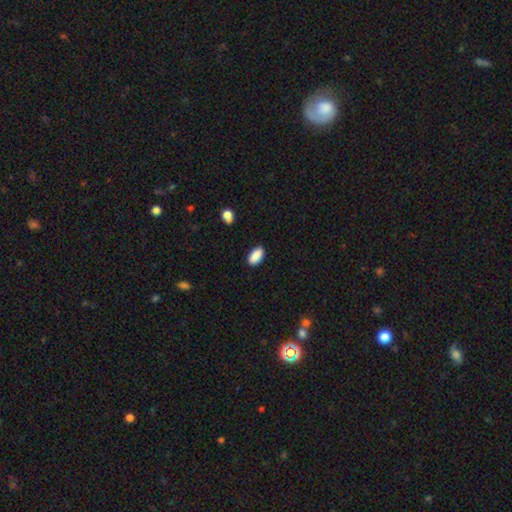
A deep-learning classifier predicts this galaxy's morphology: A smooth galaxy with no disk features (89%) that is in between round and cigar-shaped (92%).

Vote fractions:
- Smooth or featured? smooth: 89% / star or artifact: 7% / featured or disk: 4%
- How rounded? in between: 92% / cigar-shaped: 5% / round: 3%
- Merging? none: 88% / minor disturbance: 9% / major disturbance: 2% / merger: 1%